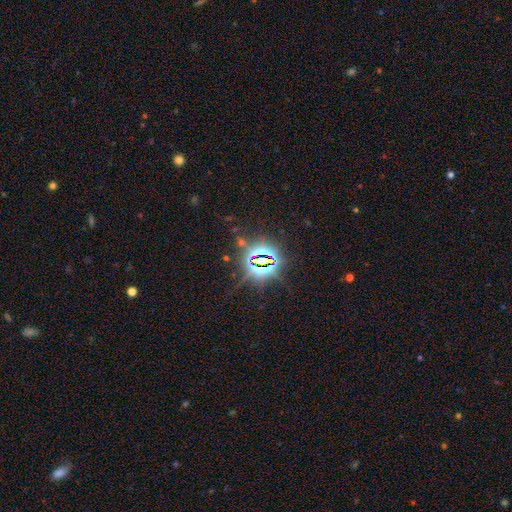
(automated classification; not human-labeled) The model was most divided on "smooth or featured": star or artifact: 85%, smooth: 9%, featured or disk: 7%.